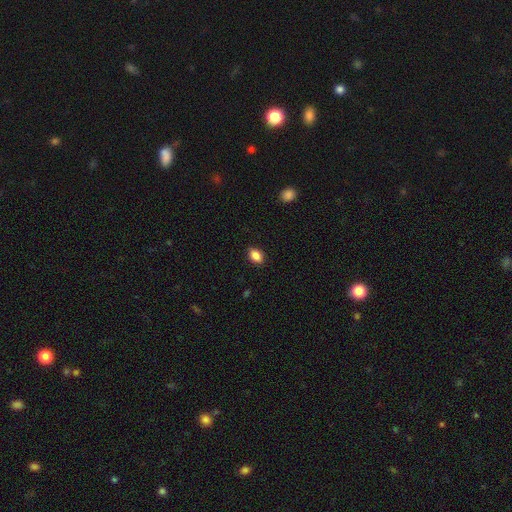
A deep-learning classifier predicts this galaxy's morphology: A smooth galaxy with no disk features (87%) that is in between round and cigar-shaped (82%).

Vote fractions:
- Smooth or featured? smooth: 87% / star or artifact: 8% / featured or disk: 4%
- How rounded? in between: 82% / round: 17% / cigar-shaped: 2%
- Merging? none: 89% / minor disturbance: 8% / major disturbance: 2% / merger: 1%